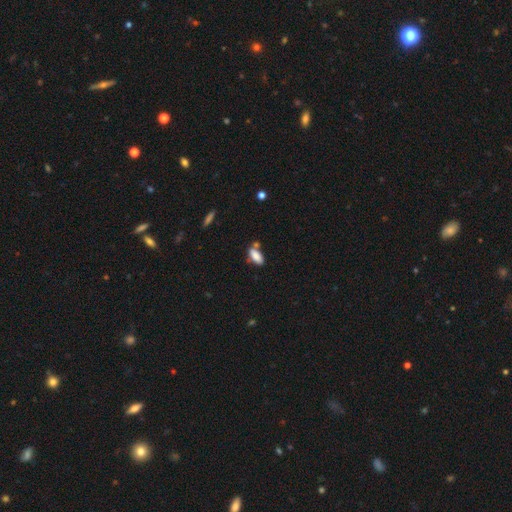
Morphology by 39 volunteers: type=smooth (95%); roundness=in between (89%); merging=none (76%).